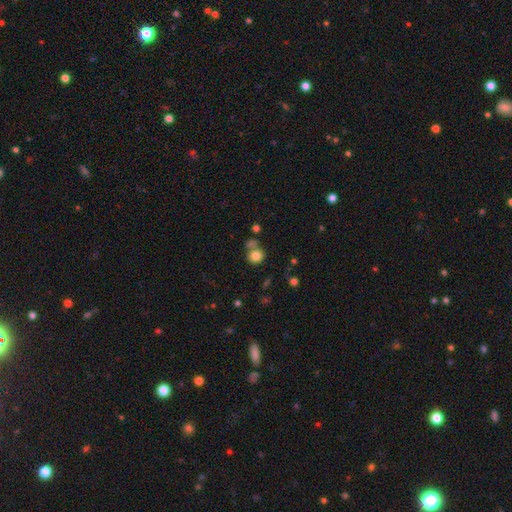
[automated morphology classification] Overall: smooth (81%). How rounded: round (86%). Merging: none (59%; merger 22%).